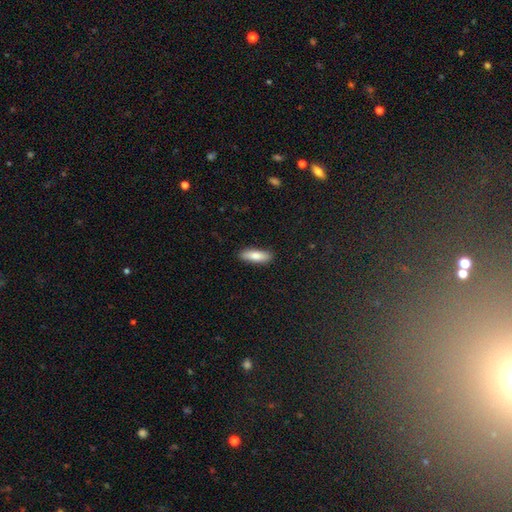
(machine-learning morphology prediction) This appears to be a smooth galaxy with no disk features (83%) that is in between round and cigar-shaped (54%). Merging: none (89%).